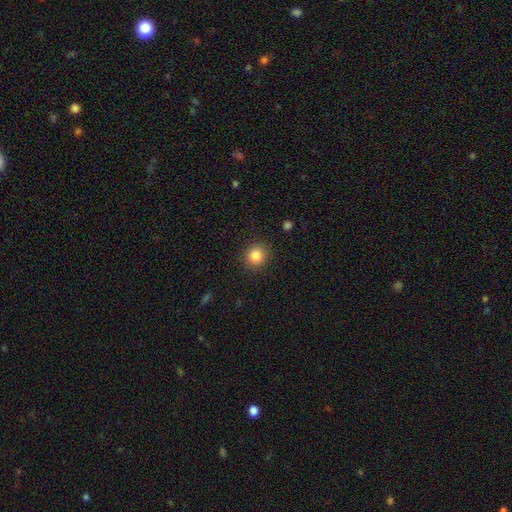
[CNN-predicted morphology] A smooth galaxy with no disk features (85%) that is round (89%). Merging: none (90%).